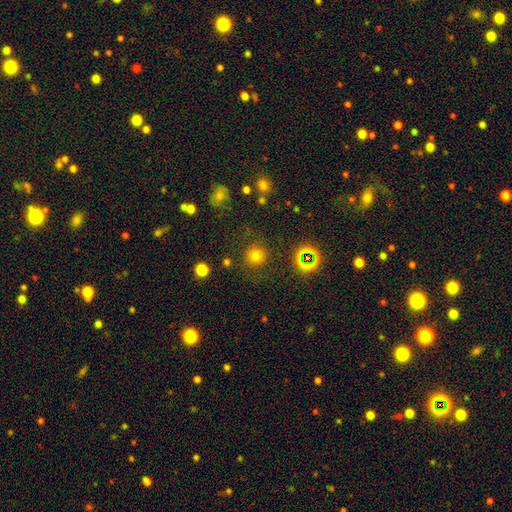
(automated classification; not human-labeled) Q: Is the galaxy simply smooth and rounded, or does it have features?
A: smooth — 71%.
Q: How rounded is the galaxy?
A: round — 94%.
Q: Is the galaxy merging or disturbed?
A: none — 85%.